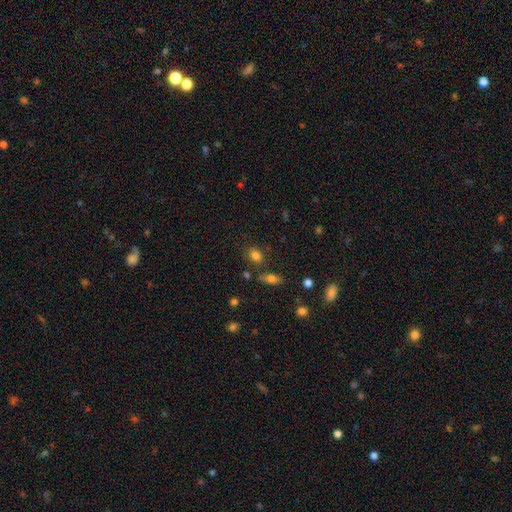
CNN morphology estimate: Smooth or featured?
  - smooth: 81% *
  - star or artifact: 12%
  - featured or disk: 7%
How rounded?
  - in between: 66% *
  - round: 32%
  - cigar-shaped: 2%
Merging?
  - none: 73% *
  - minor disturbance: 13%
  - merger: 9%
  - major disturbance: 4%